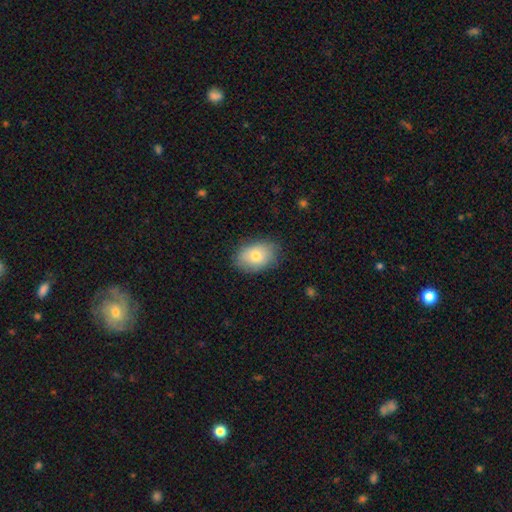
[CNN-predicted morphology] type=smooth (76%); roundness=in between (82%); merging=none (80%).